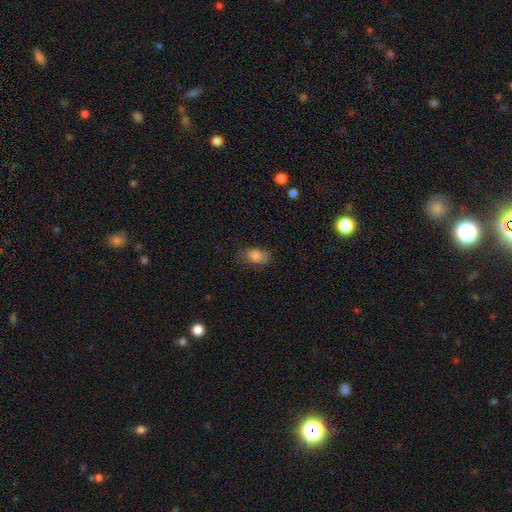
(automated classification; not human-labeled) Smooth or featured: smooth — 81% (featured or disk — 9%)
How rounded: in between — 86% (round — 12%)
Merging: none — 68% (minor disturbance — 24%)